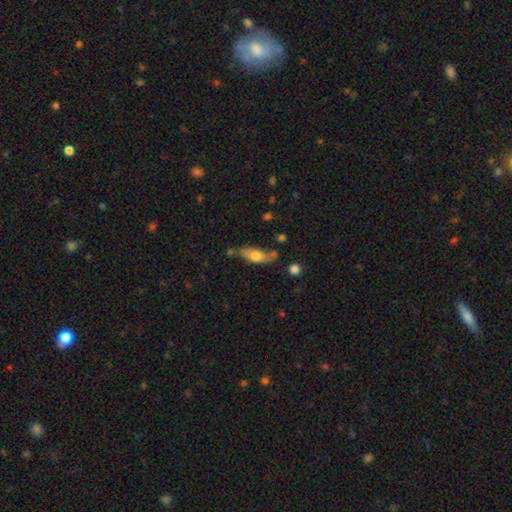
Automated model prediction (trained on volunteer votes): Q: Smooth or featured?
A: smooth (59%); runner-up: featured or disk (34%)
Q: How rounded?
A: in between (64%); runner-up: cigar-shaped (32%)
Q: Merging?
A: none (58%); runner-up: minor disturbance (24%)